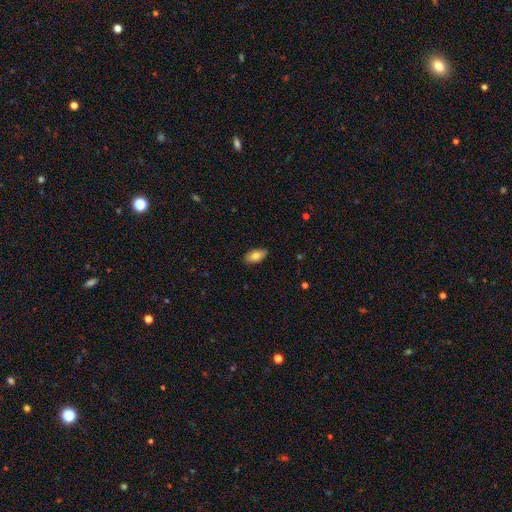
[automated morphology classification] A smooth galaxy with no disk features (80%) that is in between round and cigar-shaped (94%). Merging: none (88%).